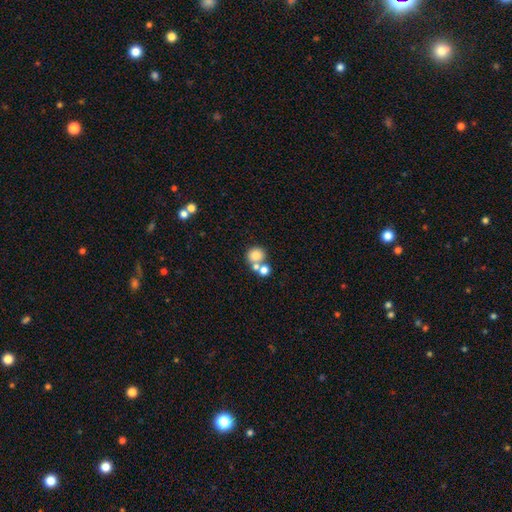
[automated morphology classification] Smooth or featured? Predicted: smooth (p=0.76). How rounded? Predicted: round (p=0.82). Merging? Predicted: none (p=0.46).